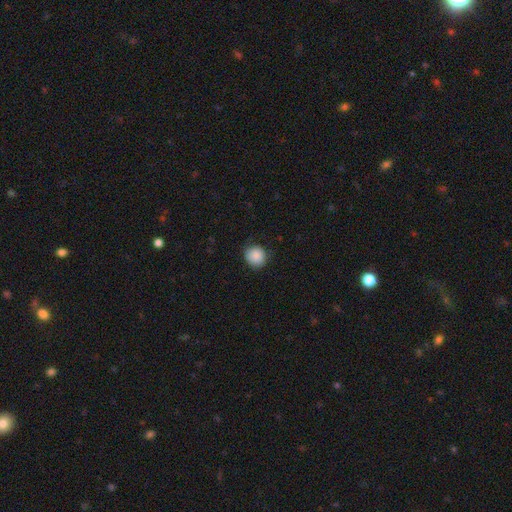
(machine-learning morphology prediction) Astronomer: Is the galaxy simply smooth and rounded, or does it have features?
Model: smooth — 87%.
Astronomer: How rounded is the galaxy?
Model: round — 88%.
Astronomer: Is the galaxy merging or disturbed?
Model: none — 79%.